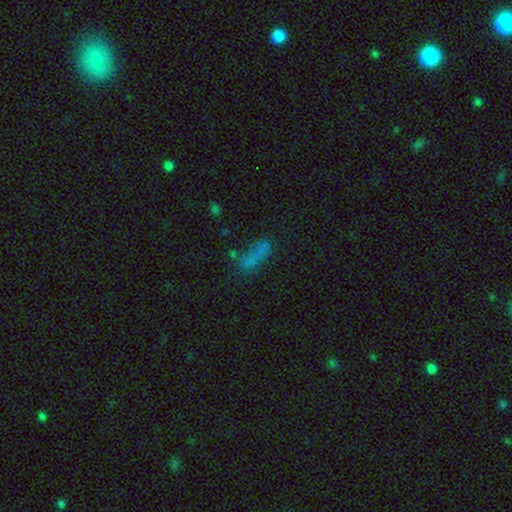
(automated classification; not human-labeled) Morphology: type=smooth (68%); roundness=cigar-shaped (50%); merging=none (60%).